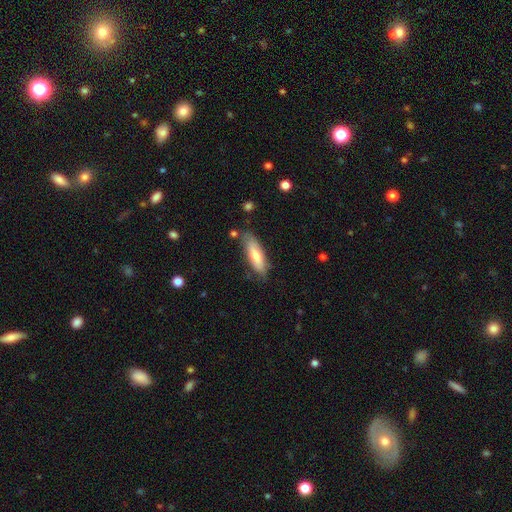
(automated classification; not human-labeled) Smooth or featured?
  - smooth: 69% *
  - featured or disk: 24%
  - star or artifact: 6%
How rounded?
  - cigar-shaped: 59% *
  - in between: 40%
  - round: 2%
Merging?
  - none: 78% *
  - minor disturbance: 16%
  - major disturbance: 3%
  - merger: 3%